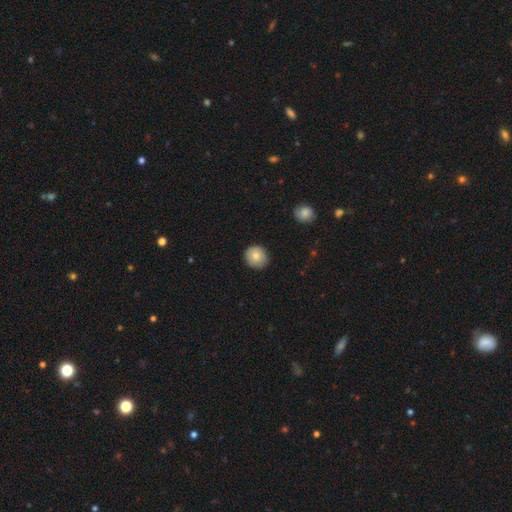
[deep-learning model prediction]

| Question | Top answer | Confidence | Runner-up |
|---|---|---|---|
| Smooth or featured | smooth | 78% | featured or disk (14%) |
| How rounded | round | 89% | in between (10%) |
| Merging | none | 85% | minor disturbance (12%) |